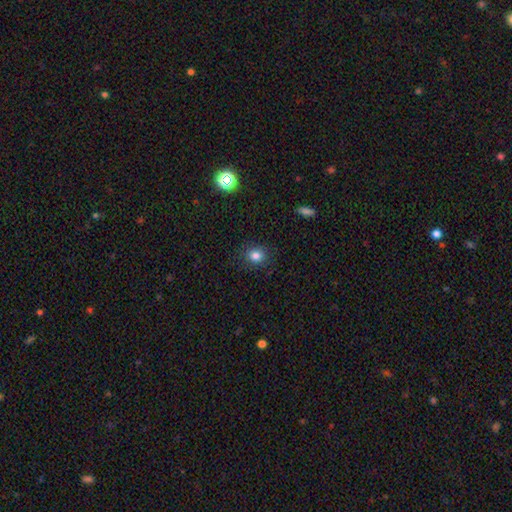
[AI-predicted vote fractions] smooth 82%, star or artifact 12%, featured or disk 6%. Down the decision tree: how rounded — round (71%); merging — none (87%).